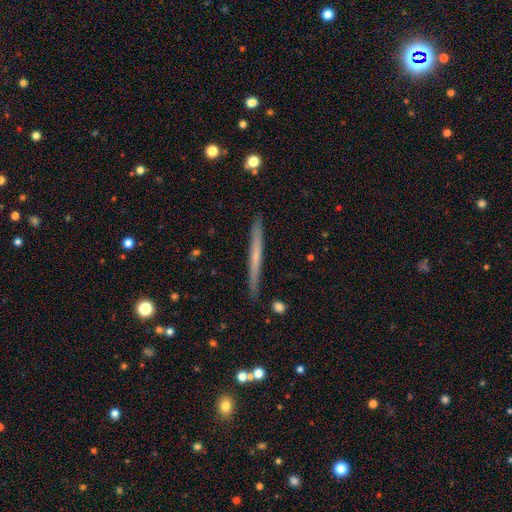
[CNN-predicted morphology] smooth_or_featured: featured or disk (p=0.49) [alt: smooth p=0.45]
merging: none (p=0.90) [alt: minor disturbance p=0.07]